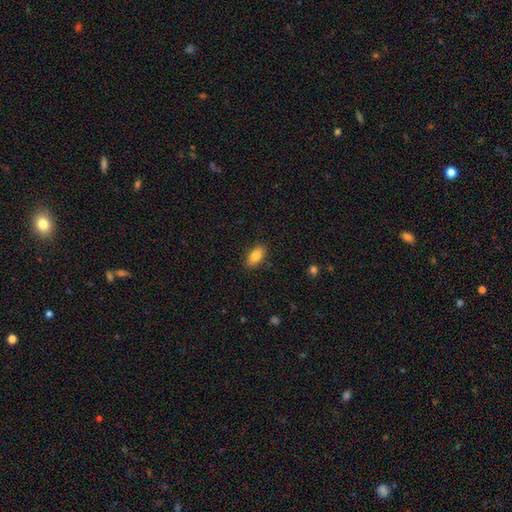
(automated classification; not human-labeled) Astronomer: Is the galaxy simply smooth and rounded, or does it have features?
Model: smooth — 84%.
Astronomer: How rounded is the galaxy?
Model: in between — 90%.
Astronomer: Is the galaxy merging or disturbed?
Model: none — 88%.